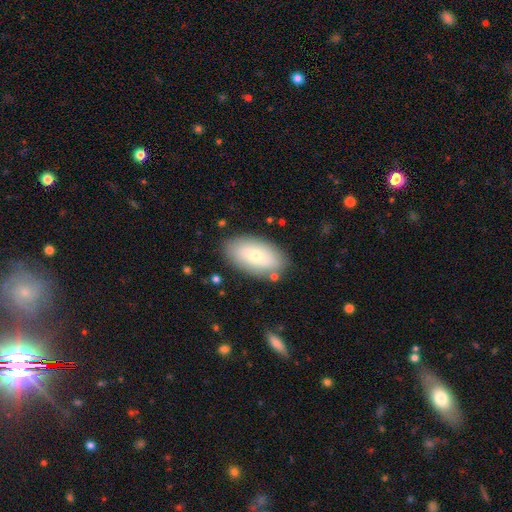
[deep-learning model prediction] Smooth or featured: smooth — 63% (featured or disk — 30%)
How rounded: in between — 94% (round — 4%)
Merging: none — 82% (minor disturbance — 12%)